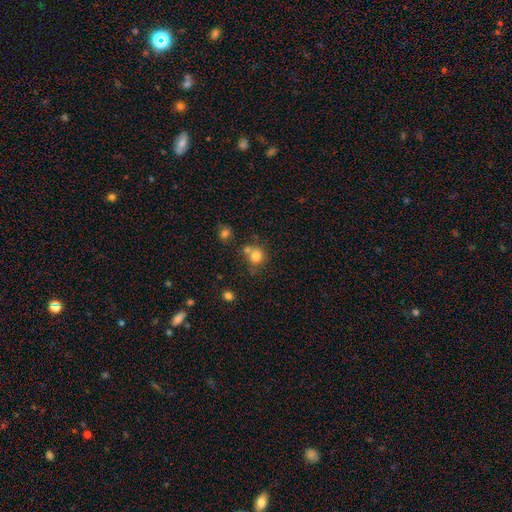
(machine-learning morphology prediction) smooth-or-featured: smooth: 79% | star or artifact: 12% | featured or disk: 8%
  how-rounded: round: 83% | in between: 16% | cigar-shaped: 1%
  merging: none: 56% | merger: 26% | minor disturbance: 13% | major disturbance: 5%